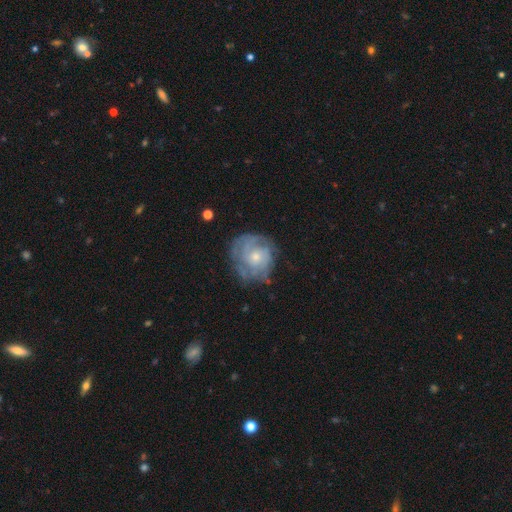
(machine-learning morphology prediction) smooth_or_featured: featured or disk (p=0.73) [alt: smooth p=0.19]
disk_edge_on: no (p=0.97) [alt: yes p=0.03]
bar: no (p=0.79) [alt: weak p=0.18]
has_spiral_arms: yes (p=0.84) [alt: no p=0.16]
spiral_winding: tight (p=0.67) [alt: medium p=0.25]
spiral_arm_count: can't tell (p=0.50) [alt: 2 p=0.17]
bulge_size: small (p=0.55) [alt: moderate p=0.40]
merging: none (p=0.70) [alt: minor disturbance p=0.20]